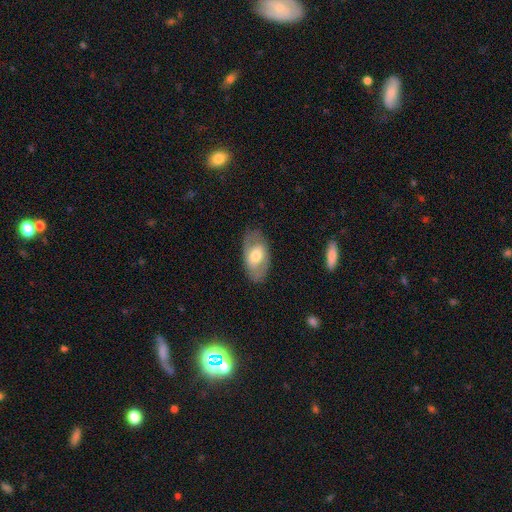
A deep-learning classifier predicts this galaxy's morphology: Smooth or featured? featured or disk (47%, tied with smooth)
Merging? none (78%)